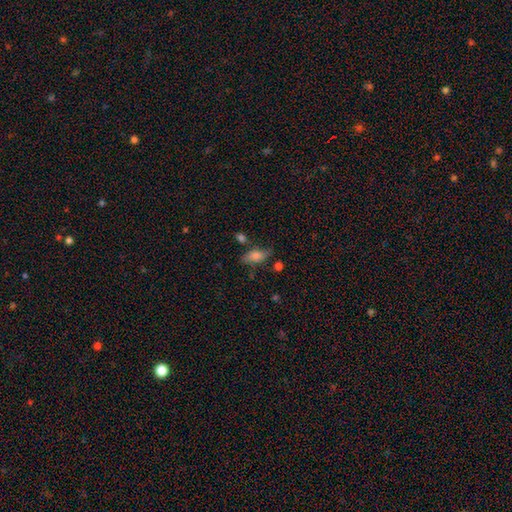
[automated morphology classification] Smooth or featured? Predicted: smooth (p=0.71). How rounded? Predicted: in between (p=0.84). Merging? Predicted: none (p=0.59).